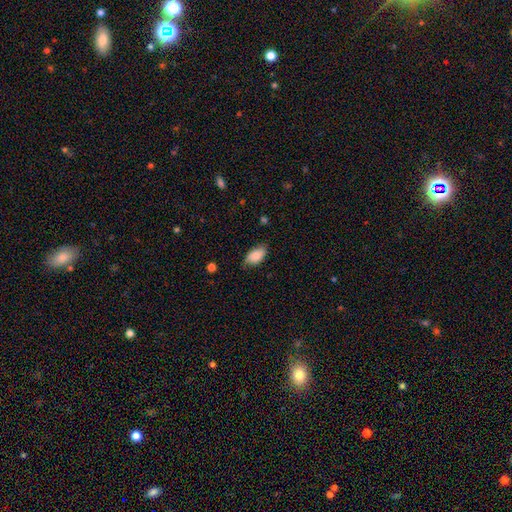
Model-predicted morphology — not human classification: A smooth galaxy with no disk features (80%) that is in between round and cigar-shaped (93%). Merging: none (68%).